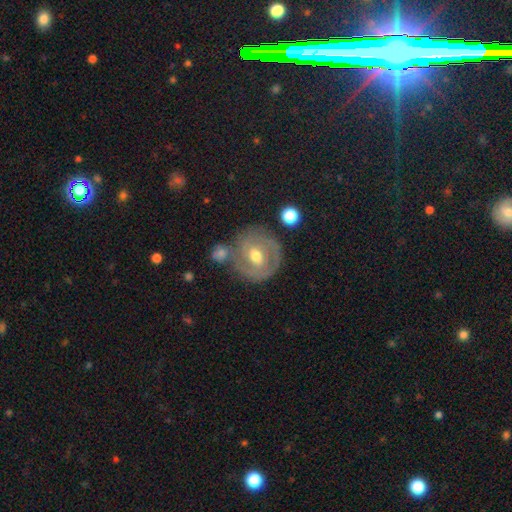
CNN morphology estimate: type=featured or disk (67%); edge-on=no (96%); bar=no (44%); spiral arms=yes (72%); bulge=moderate (75%); merging=none (65%).